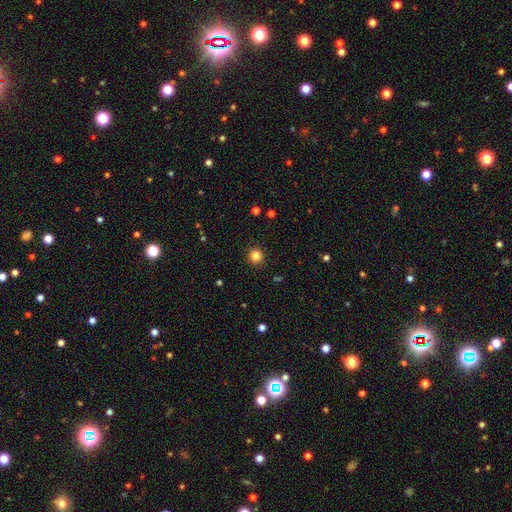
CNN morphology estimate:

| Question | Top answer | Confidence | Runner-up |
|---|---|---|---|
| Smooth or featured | smooth | 83% | star or artifact (13%) |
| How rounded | round | 94% | in between (5%) |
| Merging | none | 92% | minor disturbance (5%) |